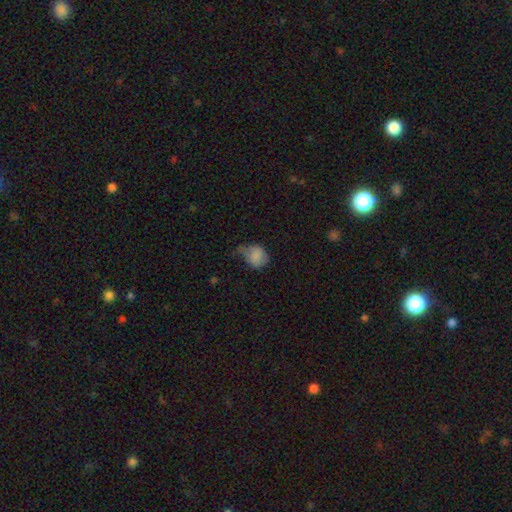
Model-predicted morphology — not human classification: This is likely a smooth galaxy (80%). How rounded: possibly round (50%). Merging: marginally minor disturbance (40%).